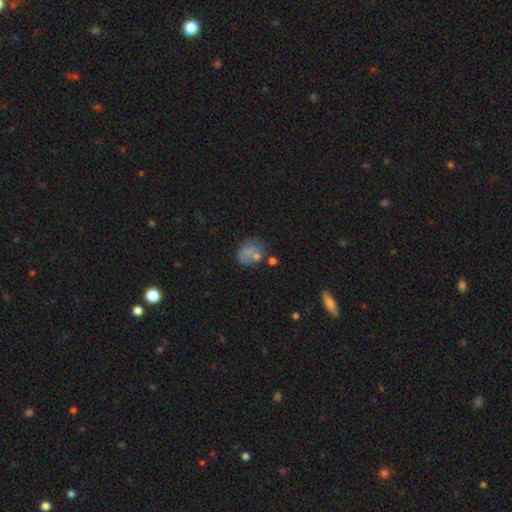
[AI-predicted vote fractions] Morphology: type=smooth (66%); roundness=in between (50%); merging=none (53%).